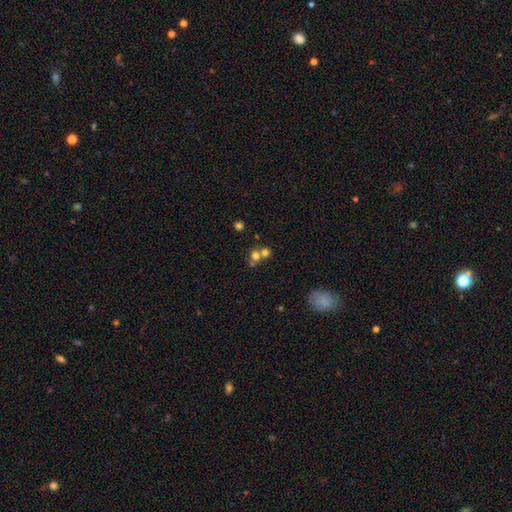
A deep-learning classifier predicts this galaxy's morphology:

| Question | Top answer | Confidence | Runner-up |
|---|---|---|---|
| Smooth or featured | smooth | 67% | star or artifact (18%) |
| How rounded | round | 79% | in between (20%) |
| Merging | merger | 50% | none (41%) |